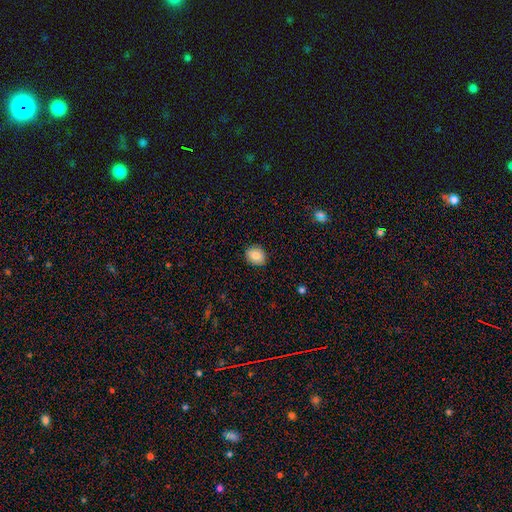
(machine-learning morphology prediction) This appears to be a smooth galaxy with no disk features (87%) that is in between round and cigar-shaped (50%). Merging: none (86%).